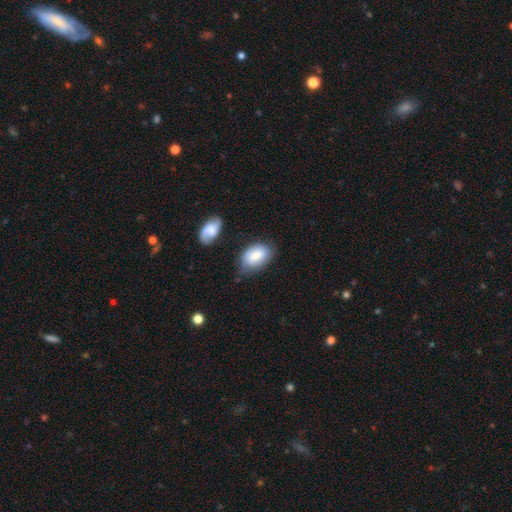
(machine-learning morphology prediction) smooth_or_featured: smooth (p=0.78) [alt: featured or disk p=0.16]
how_rounded: in between (p=0.89) [alt: round p=0.09]
merging: none (p=0.65) [alt: minor disturbance p=0.25]